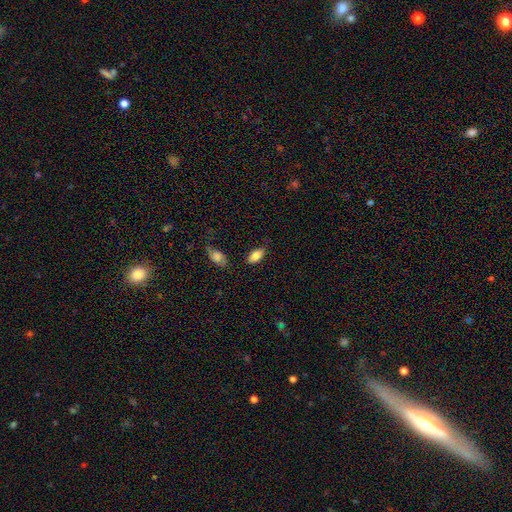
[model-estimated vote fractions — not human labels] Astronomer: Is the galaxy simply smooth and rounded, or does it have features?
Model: smooth — 83%.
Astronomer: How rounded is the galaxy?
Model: in between — 90%.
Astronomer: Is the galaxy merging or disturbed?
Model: none — 81%.